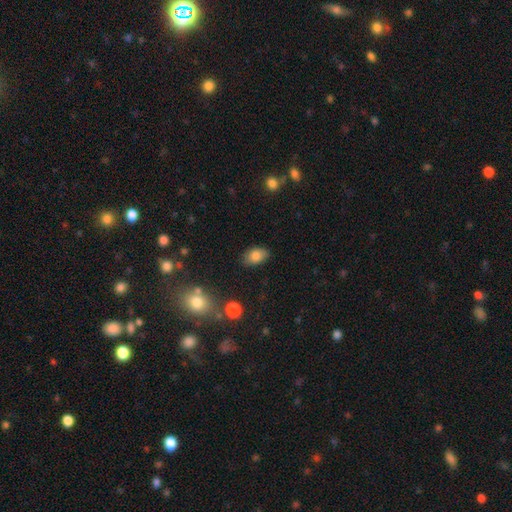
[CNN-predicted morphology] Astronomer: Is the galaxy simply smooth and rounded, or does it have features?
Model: smooth — 82%.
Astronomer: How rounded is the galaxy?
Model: in between — 88%.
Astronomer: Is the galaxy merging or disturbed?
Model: none — 82%.